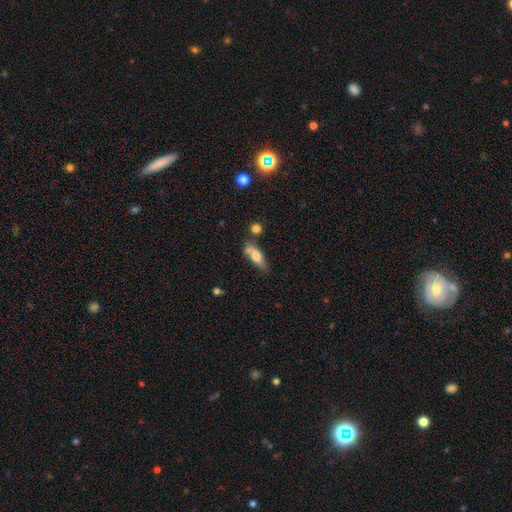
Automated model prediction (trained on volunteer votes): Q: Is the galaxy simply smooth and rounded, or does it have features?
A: smooth — 61%.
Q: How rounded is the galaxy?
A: in between — 56%.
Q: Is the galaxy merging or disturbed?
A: none — 51%.